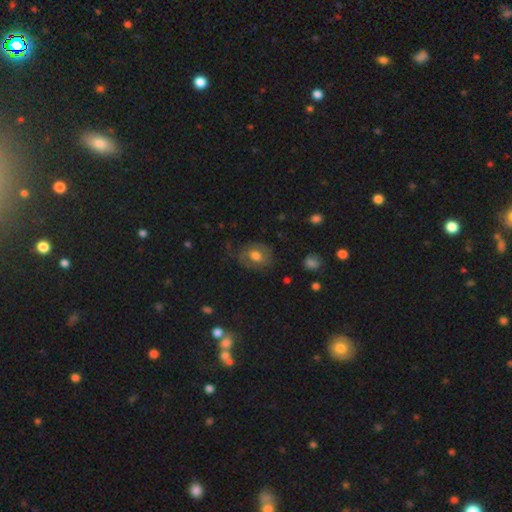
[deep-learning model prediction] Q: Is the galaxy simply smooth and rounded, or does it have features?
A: smooth — 51%.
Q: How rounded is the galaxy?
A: round — 51%.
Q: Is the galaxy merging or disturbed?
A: none — 71%.